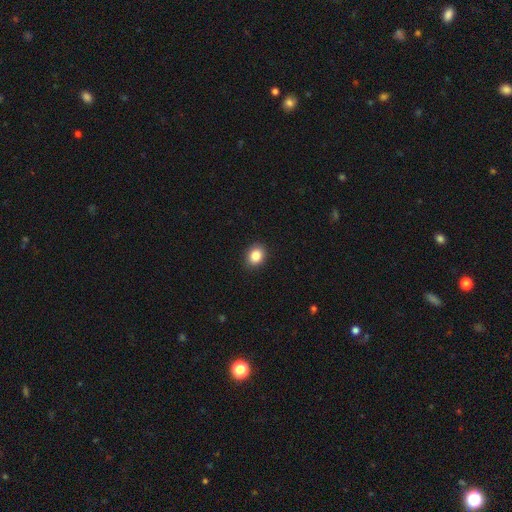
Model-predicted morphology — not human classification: type=smooth (86%); roundness=in between (53%); merging=none (89%).